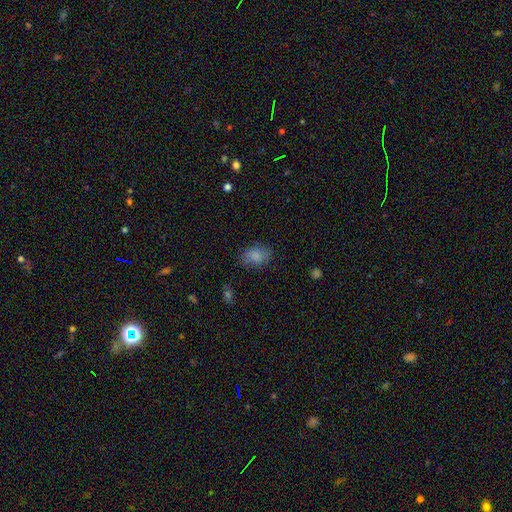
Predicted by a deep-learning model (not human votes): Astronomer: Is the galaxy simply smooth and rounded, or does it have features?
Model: smooth — 83%.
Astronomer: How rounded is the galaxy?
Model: in between — 78%.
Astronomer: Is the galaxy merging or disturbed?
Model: none — 76%.